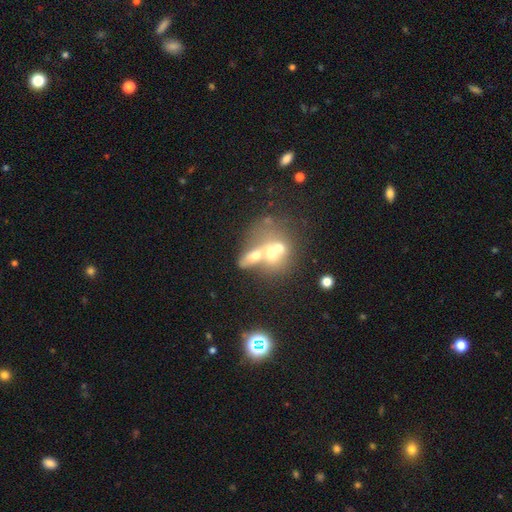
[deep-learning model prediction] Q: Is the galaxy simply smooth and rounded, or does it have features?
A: smooth — 50%.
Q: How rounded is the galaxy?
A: in between — 54%.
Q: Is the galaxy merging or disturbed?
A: merger — 69%.